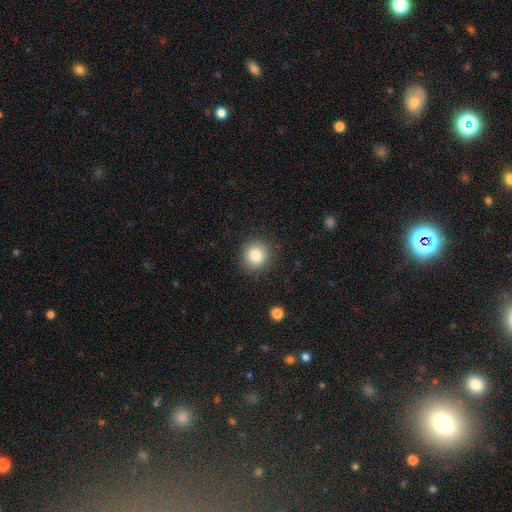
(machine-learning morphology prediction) smooth_or_featured: smooth (p=0.84) [alt: star or artifact p=0.10]
how_rounded: round (p=0.90) [alt: in between p=0.09]
merging: none (p=0.89) [alt: minor disturbance p=0.08]